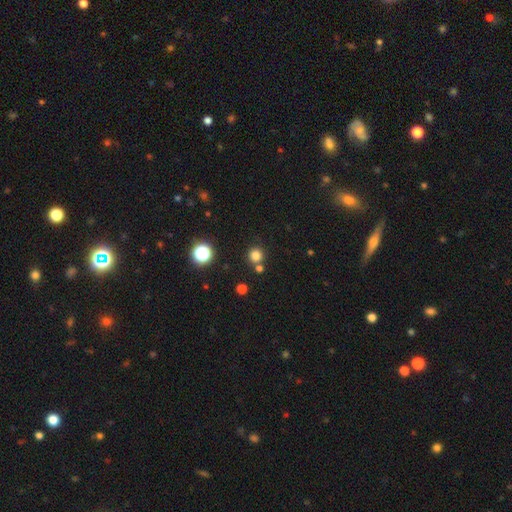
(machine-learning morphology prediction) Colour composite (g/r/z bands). It shows a smooth galaxy with no disk features (78%) that is round (93%). Merging: none (76%).